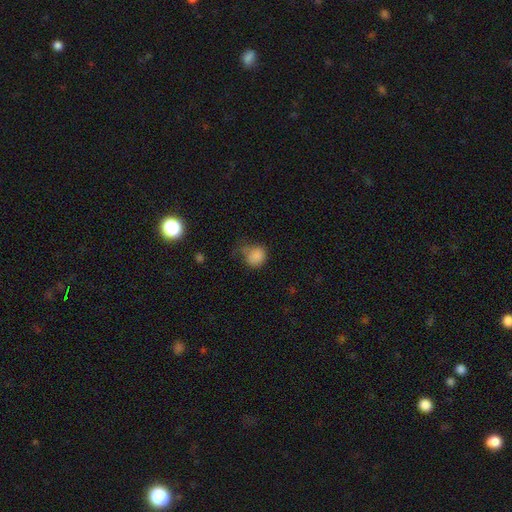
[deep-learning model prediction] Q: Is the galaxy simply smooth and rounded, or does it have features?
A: smooth — 83%.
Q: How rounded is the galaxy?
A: round — 74%.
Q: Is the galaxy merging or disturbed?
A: none — 49%.